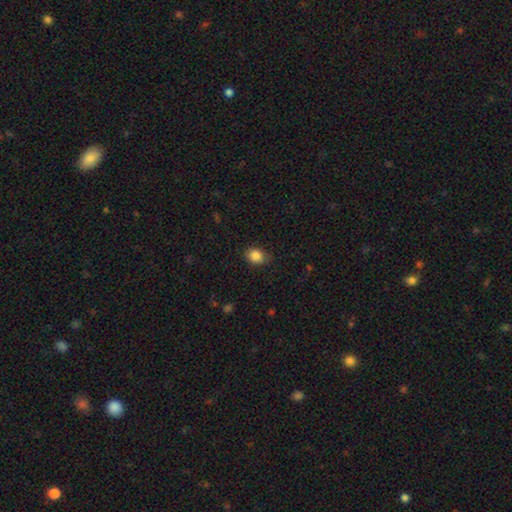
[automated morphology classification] Smooth or featured: smooth — 87% (star or artifact — 9%)
How rounded: in between — 51% (round — 48%)
Merging: none — 82% (minor disturbance — 14%)